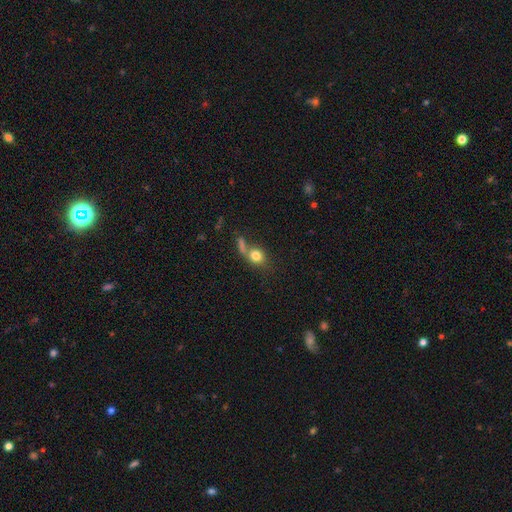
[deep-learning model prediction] Smooth or featured? Predicted: smooth (p=0.79). How rounded? Predicted: round (p=0.63). Merging? Predicted: none (p=0.42).